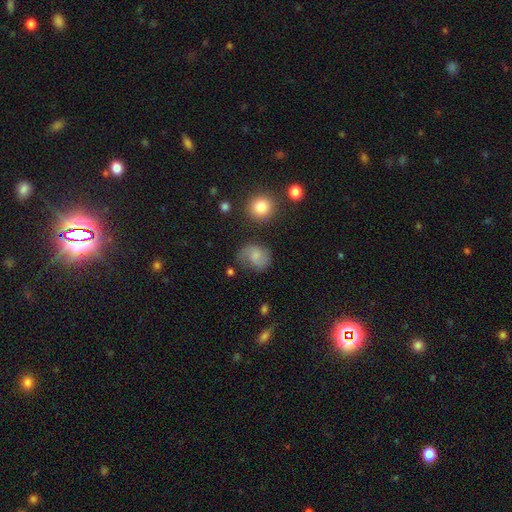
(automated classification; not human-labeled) featured or disk 49%, smooth 40%, star or artifact 10%. Down the decision tree: merging — none (59%).